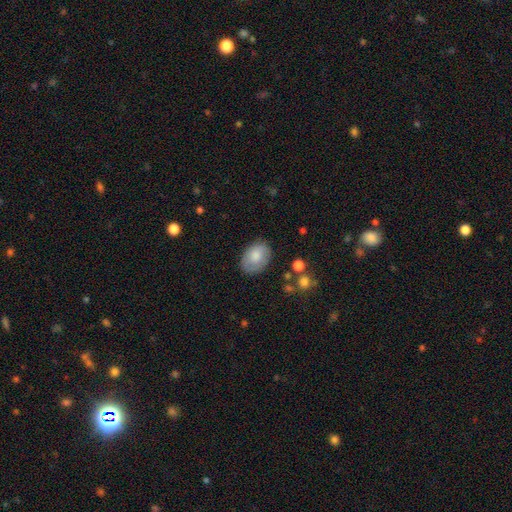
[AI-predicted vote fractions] smooth_or_featured: smooth (p=0.79) [alt: featured or disk p=0.15]
how_rounded: in between (p=0.84) [alt: round p=0.15]
merging: none (p=0.77) [alt: minor disturbance p=0.17]